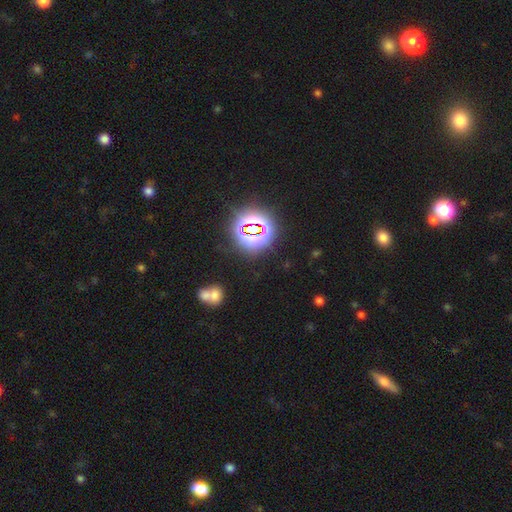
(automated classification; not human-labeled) smooth_or_featured: star or artifact (p=0.77) [alt: smooth p=0.16]